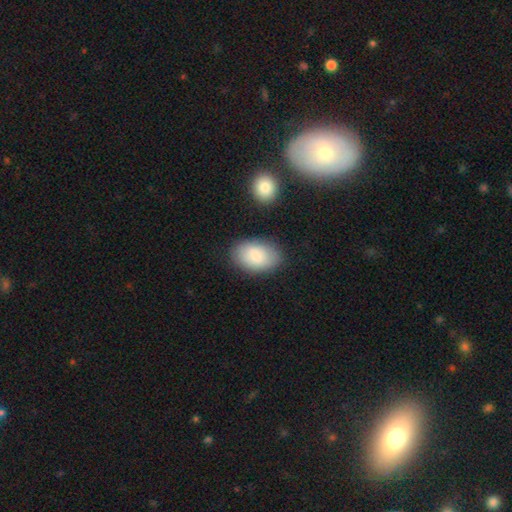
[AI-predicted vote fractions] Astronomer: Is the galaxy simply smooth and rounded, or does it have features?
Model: smooth — 85%.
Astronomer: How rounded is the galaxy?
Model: in between — 90%.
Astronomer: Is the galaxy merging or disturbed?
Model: none — 79%.